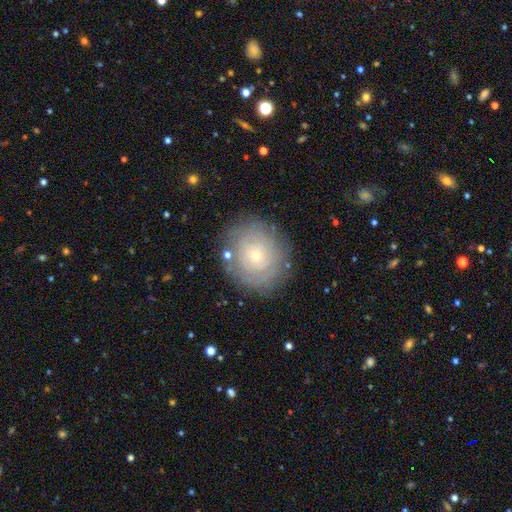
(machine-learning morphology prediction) type=featured or disk (58%); edge-on=no (96%); bar=no (88%); spiral arms=yes (64%); bulge=small (79%); merging=none (82%).